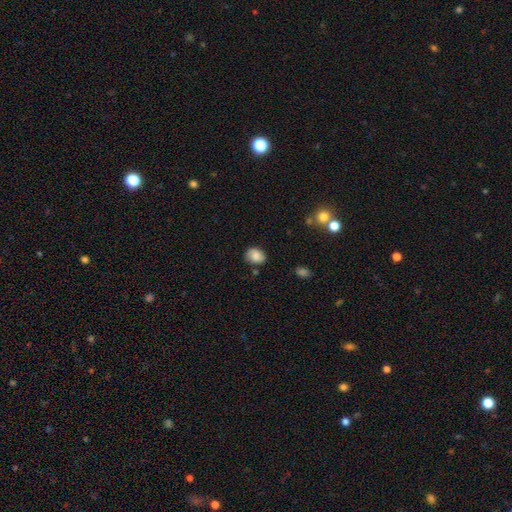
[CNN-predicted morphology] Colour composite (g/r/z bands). It shows a smooth galaxy with no disk features (80%) that is in between round and cigar-shaped (60%). Merging: none (73%).